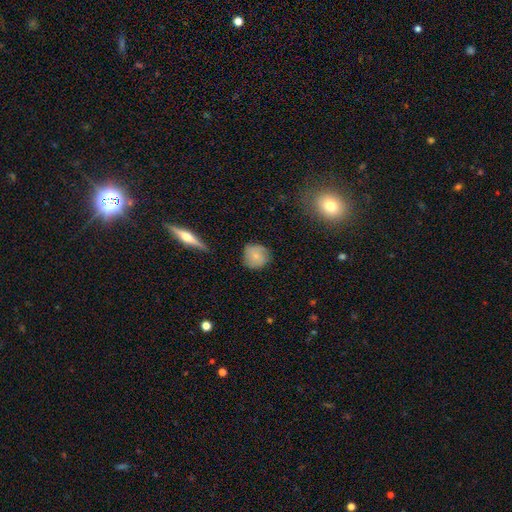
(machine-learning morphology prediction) This appears to be a smooth galaxy with no disk features (73%) that is round (89%). Merging: none (78%).